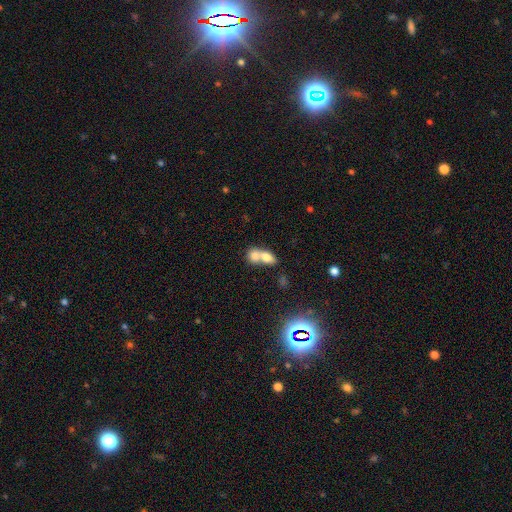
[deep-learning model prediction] A smooth galaxy with no disk features (73%) that is in between round and cigar-shaped (59%). Merging: merger (74%).